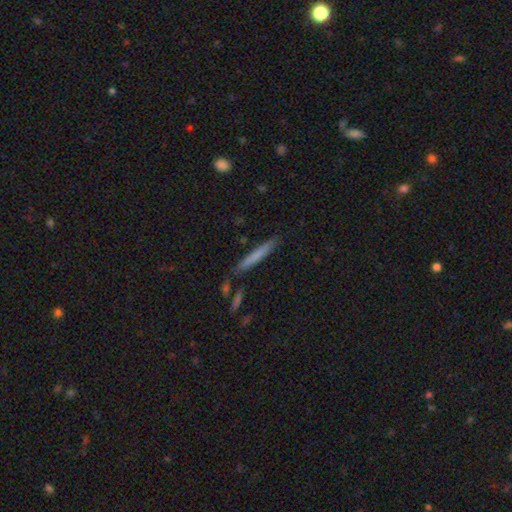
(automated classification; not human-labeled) smooth 70%, featured or disk 23%, star or artifact 6%. Down the decision tree: how rounded — cigar-shaped (96%); merging — none (84%).